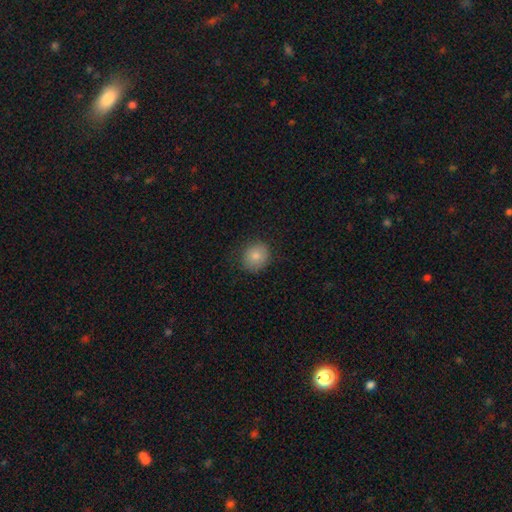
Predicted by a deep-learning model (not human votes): Smooth or featured?
  - smooth: 82% *
  - star or artifact: 9%
  - featured or disk: 9%
How rounded?
  - round: 79% *
  - in between: 20%
  - cigar-shaped: 1%
Merging?
  - none: 83% *
  - minor disturbance: 13%
  - major disturbance: 3%
  - merger: 1%